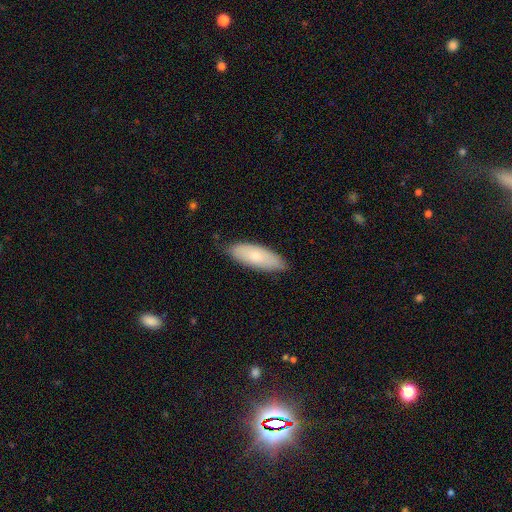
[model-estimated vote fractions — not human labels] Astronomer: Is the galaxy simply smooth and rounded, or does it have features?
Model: smooth — 77%.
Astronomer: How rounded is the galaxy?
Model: in between — 70%.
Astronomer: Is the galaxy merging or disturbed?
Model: none — 81%.